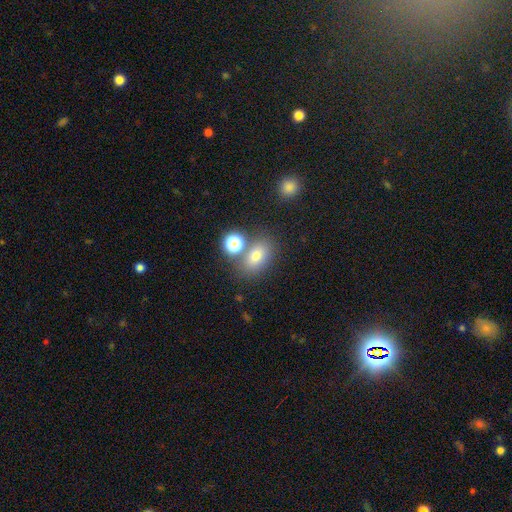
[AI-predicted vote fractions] This is likely a smooth galaxy (73%). How rounded: likely in between (74%). Merging: likely none (65%).